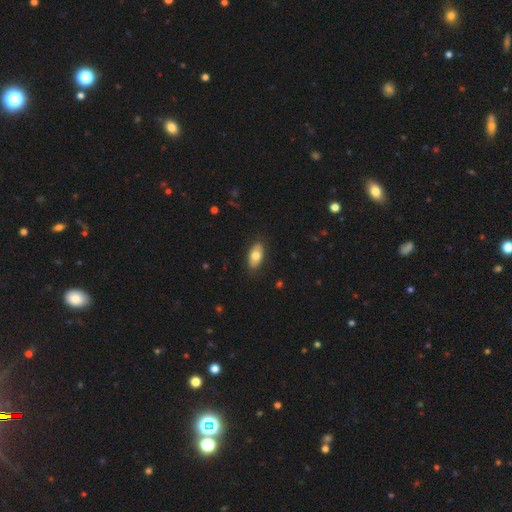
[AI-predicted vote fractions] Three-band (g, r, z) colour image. It shows a smooth galaxy with no disk features (74%) that is in between round and cigar-shaped (92%). Merging: none (86%).